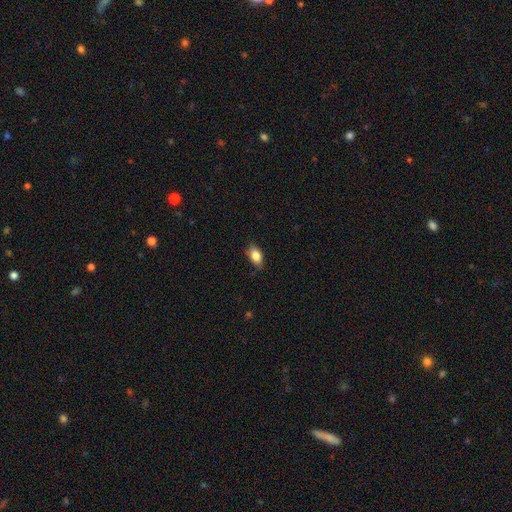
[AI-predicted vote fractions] Smooth or featured? Predicted: smooth (p=0.82). How rounded? Predicted: in between (p=0.87). Merging? Predicted: none (p=0.80).